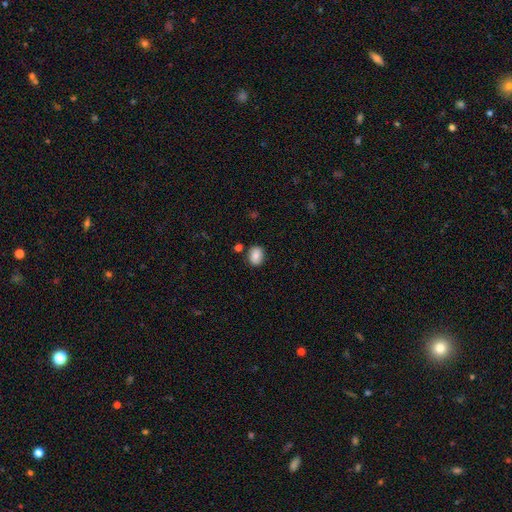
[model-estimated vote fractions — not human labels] This appears to be a smooth galaxy with no disk features (84%) that is round (50%). Merging: none (82%).